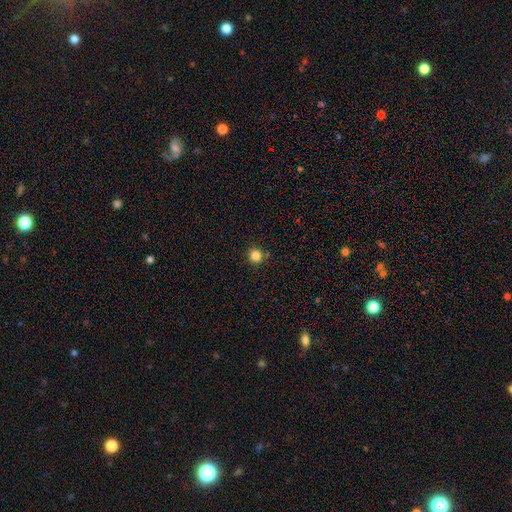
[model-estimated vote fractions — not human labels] Overall: smooth (83%). How rounded: round (93%). Merging: none (84%).